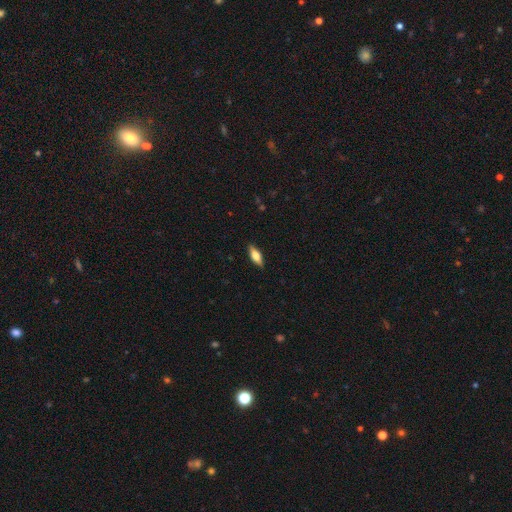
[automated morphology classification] type=smooth (62%); roundness=in between (68%); merging=none (88%).